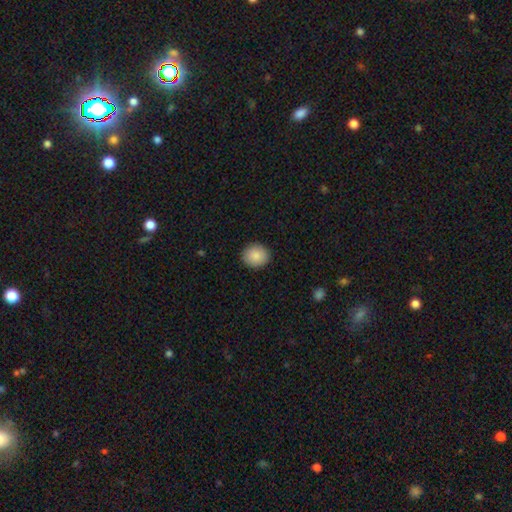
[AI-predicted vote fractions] Smooth or featured? Predicted: smooth (p=0.88). How rounded? Predicted: round (p=0.83). Merging? Predicted: none (p=0.92).